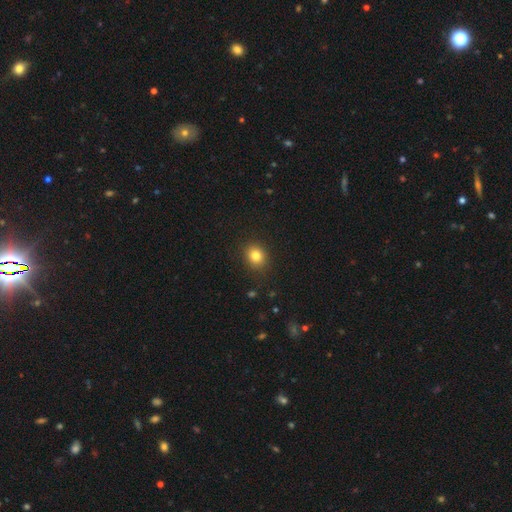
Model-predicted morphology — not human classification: A smooth galaxy with no disk features (82%) that is round (65%).

Vote fractions:
- Smooth or featured? smooth: 82% / star or artifact: 12% / featured or disk: 7%
- How rounded? round: 65% / in between: 34% / cigar-shaped: 1%
- Merging? none: 88% / minor disturbance: 8% / major disturbance: 2% / merger: 1%